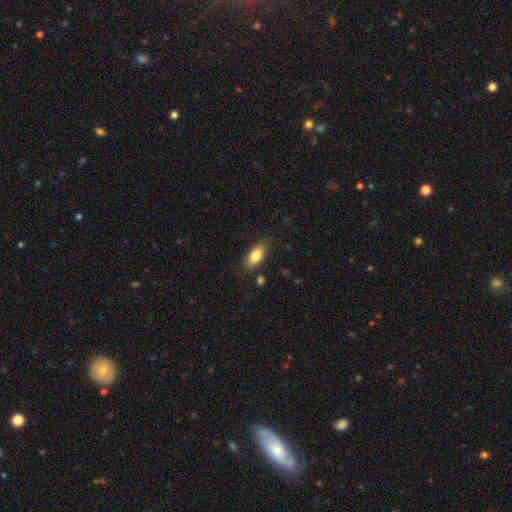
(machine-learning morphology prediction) This appears to be a smooth galaxy with no disk features (83%) that is in between round and cigar-shaped (87%). Merging: none (81%).